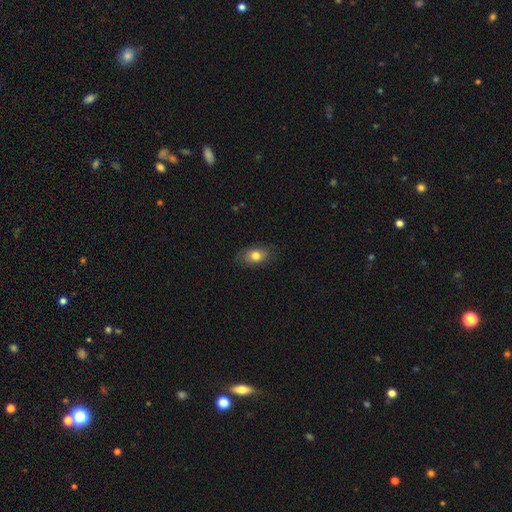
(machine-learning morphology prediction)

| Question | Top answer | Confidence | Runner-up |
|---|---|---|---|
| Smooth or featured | smooth | 76% | featured or disk (15%) |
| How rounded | in between | 81% | round (17%) |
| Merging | none | 80% | minor disturbance (16%) |